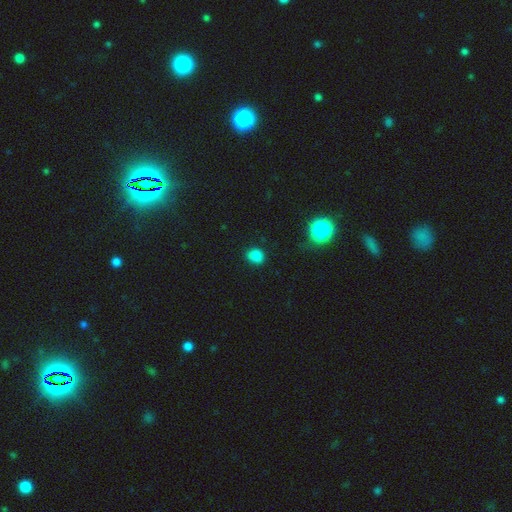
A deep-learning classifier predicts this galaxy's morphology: Overall: smooth (81%). How rounded: round (57%; in between 42%). Merging: none (81%).